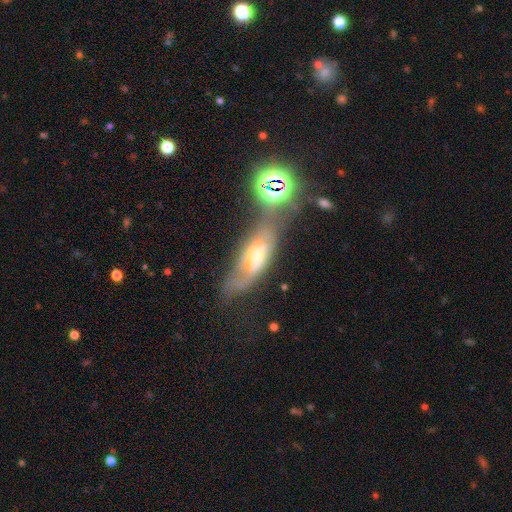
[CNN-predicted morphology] This is possibly a featured or disk galaxy (56%). It is likely not viewed edge-on (75%). Merging: marginally none (39%).